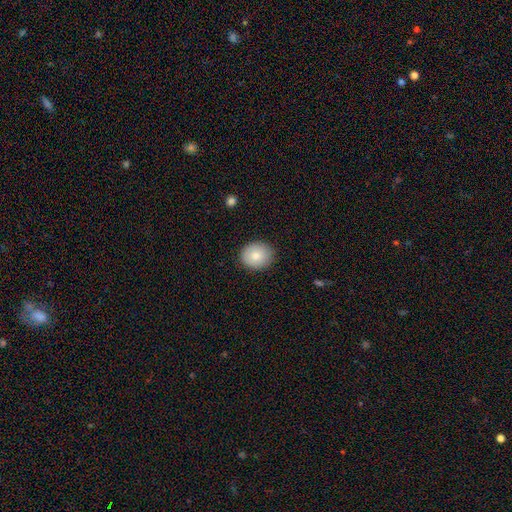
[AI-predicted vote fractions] Morphology: type=smooth (81%); roundness=round (66%); merging=none (87%).